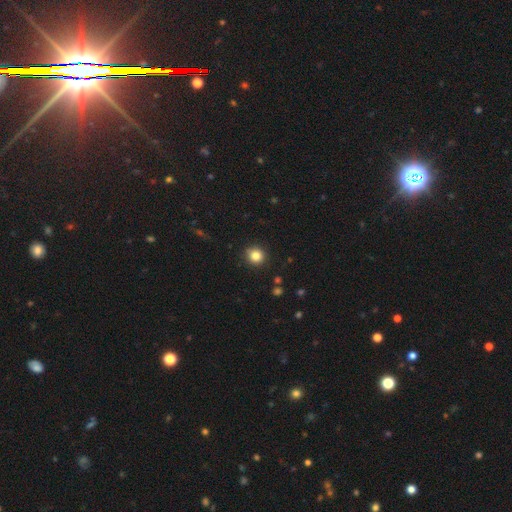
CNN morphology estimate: Overall: smooth (84%). How rounded: round (89%). Merging: none (89%).